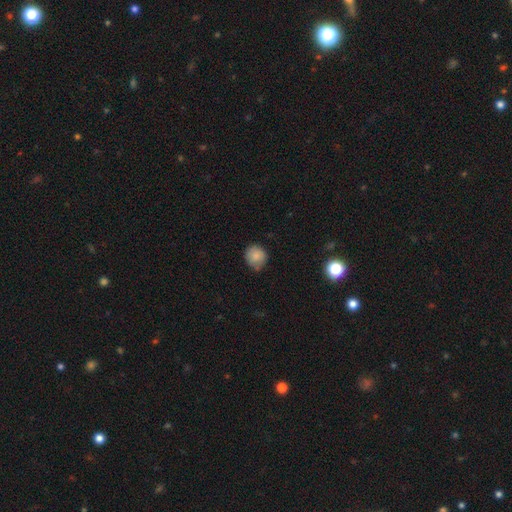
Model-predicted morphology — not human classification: Smooth or featured? smooth (84%)
How rounded? round (87%)
Merging? none (70%)